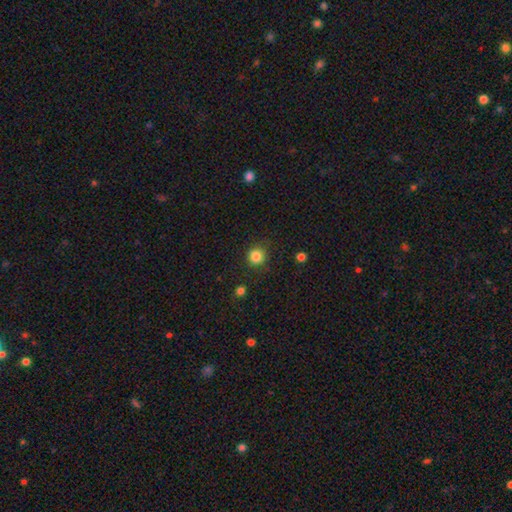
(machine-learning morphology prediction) smooth-or-featured: smooth: 85% | star or artifact: 11% | featured or disk: 4%
  how-rounded: round: 94% | in between: 5% | cigar-shaped: 1%
  merging: none: 89% | minor disturbance: 7% | major disturbance: 3% | merger: 2%